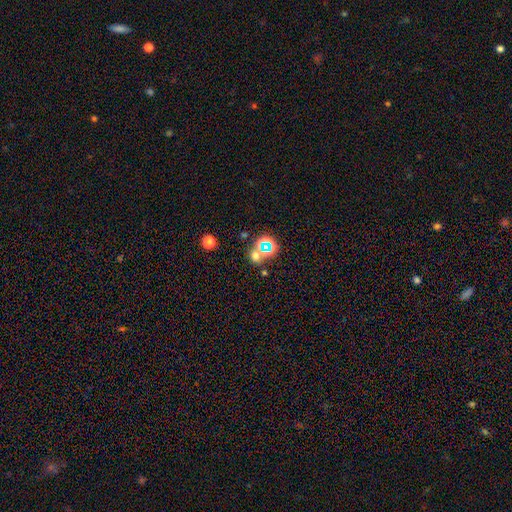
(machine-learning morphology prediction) smooth 48%, star or artifact 39%, featured or disk 12%. Down the decision tree: merging — none (56%).